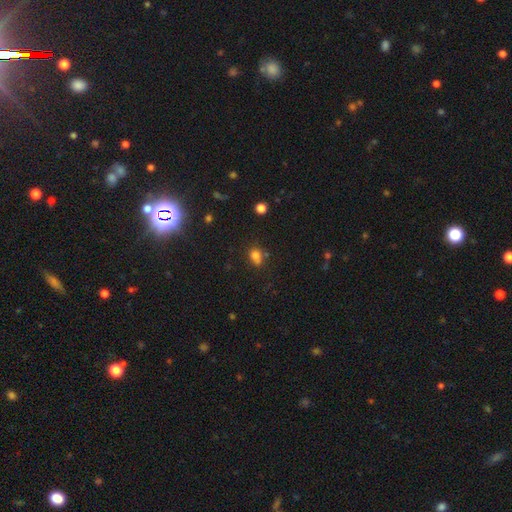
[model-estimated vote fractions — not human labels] The model was most divided on "how rounded": round: 59%, in between: 40%, cigar-shaped: 1%. More confident: smooth or featured — smooth (75%); merging — none (50%).